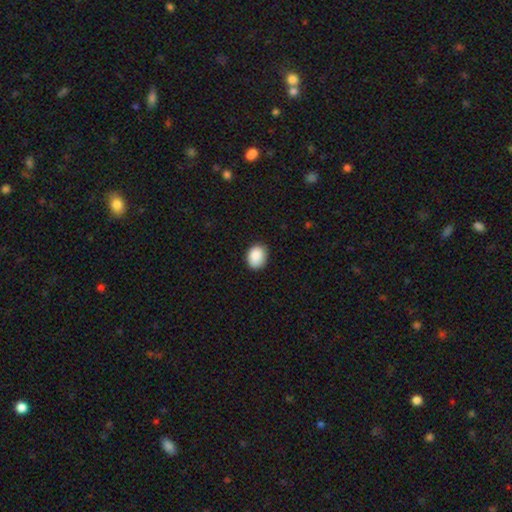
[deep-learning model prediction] Smooth or featured? smooth (89%)
How rounded? in between (58%)
Merging? none (82%)